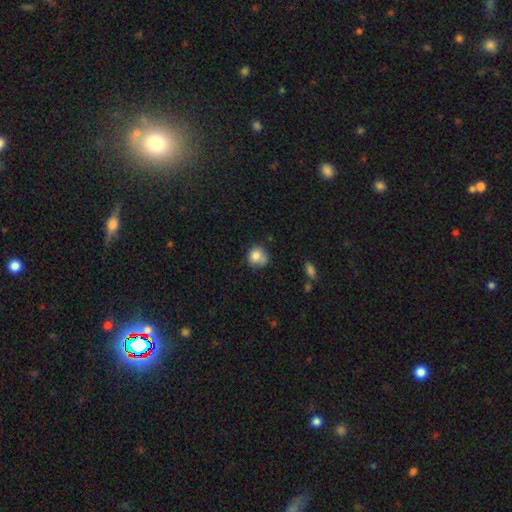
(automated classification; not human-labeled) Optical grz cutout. It shows a smooth galaxy with no disk features (80%) that is round (72%). Merging: none (49%).